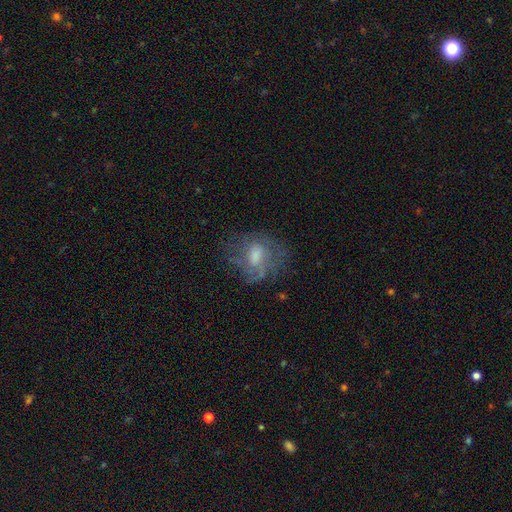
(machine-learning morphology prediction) The model was most divided on "smooth or featured": featured or disk: 48%, smooth: 39%, star or artifact: 14%. More confident: merging — none (55%).